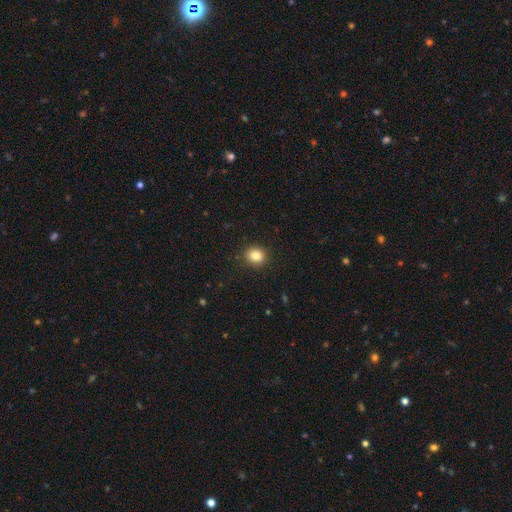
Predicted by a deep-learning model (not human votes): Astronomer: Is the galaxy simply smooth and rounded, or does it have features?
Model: smooth — 85%.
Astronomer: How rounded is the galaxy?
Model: round — 77%.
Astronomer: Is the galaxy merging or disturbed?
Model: none — 90%.